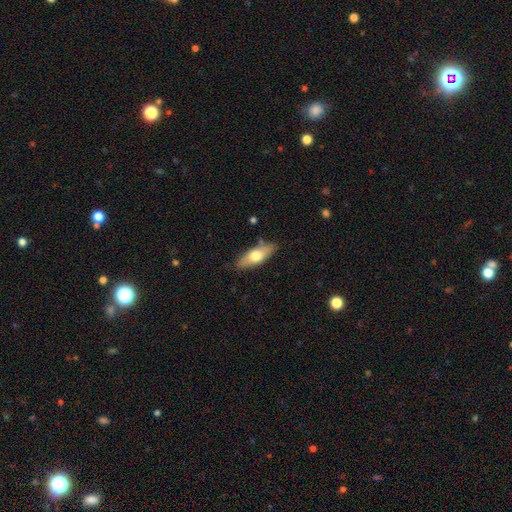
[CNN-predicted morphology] The model was most divided on "smooth or featured": smooth: 62%, featured or disk: 32%, star or artifact: 6%. More confident: merging — none (81%); how rounded — in between (66%).